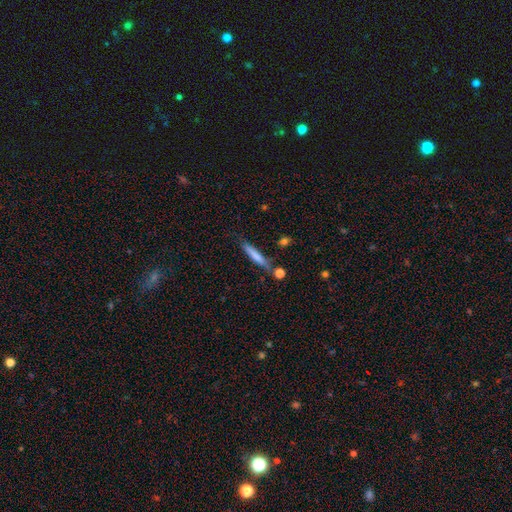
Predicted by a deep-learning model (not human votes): smooth-or-featured: smooth: 69% | featured or disk: 24% | star or artifact: 7%
  how-rounded: cigar-shaped: 91% | in between: 7% | round: 2%
  merging: none: 71% | minor disturbance: 17% | merger: 8% | major disturbance: 4%